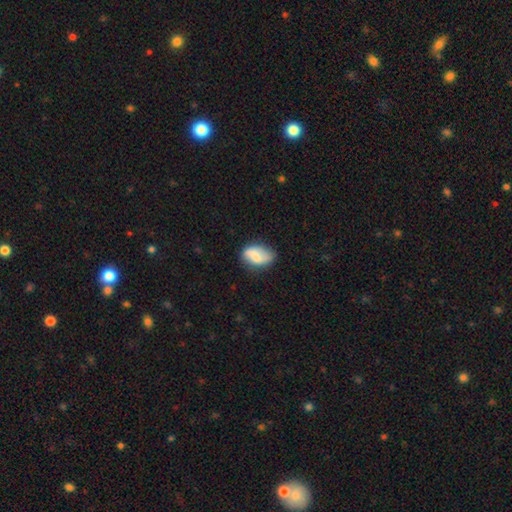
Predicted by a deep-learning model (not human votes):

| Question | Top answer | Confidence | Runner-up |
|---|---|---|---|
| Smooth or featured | smooth | 58% | featured or disk (35%) |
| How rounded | in between | 86% | round (12%) |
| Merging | none | 64% | minor disturbance (26%) |